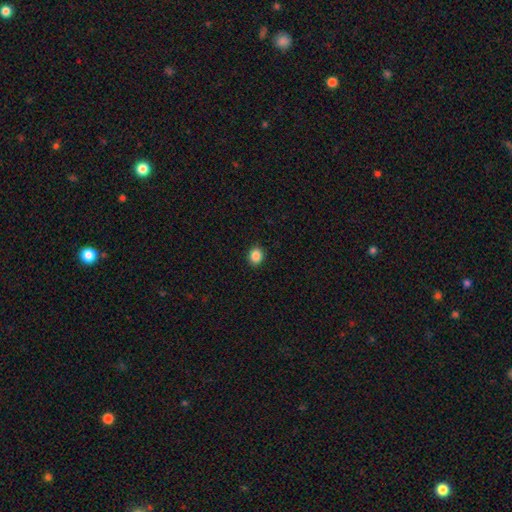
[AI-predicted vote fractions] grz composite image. It shows a smooth galaxy with no disk features (88%) that is round (65%). Merging: none (91%).